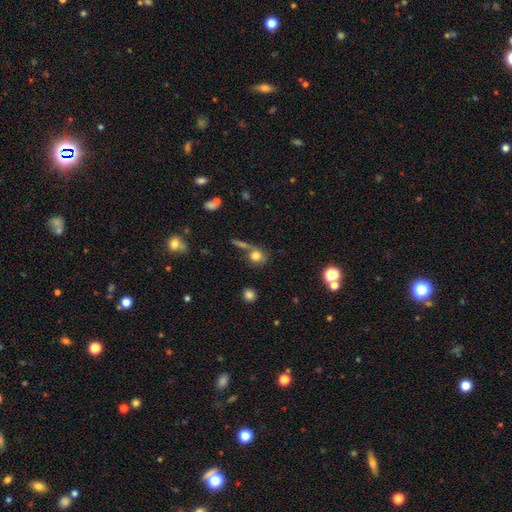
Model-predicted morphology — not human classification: Smooth or featured? smooth (77%)
How rounded? round (78%)
Merging? none (56%)